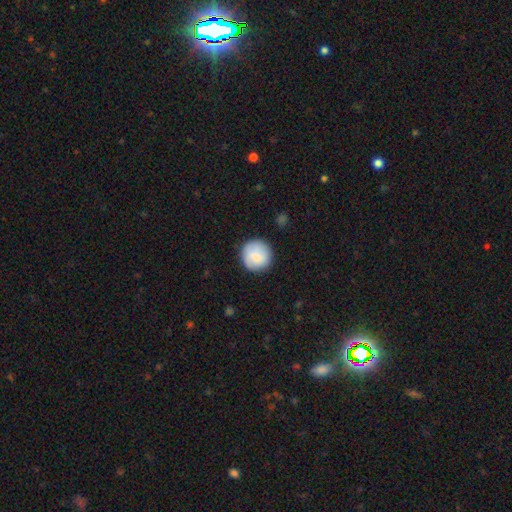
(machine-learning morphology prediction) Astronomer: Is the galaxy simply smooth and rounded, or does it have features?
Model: smooth — 84%.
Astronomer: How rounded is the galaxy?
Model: round — 95%.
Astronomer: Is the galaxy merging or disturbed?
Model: none — 88%.